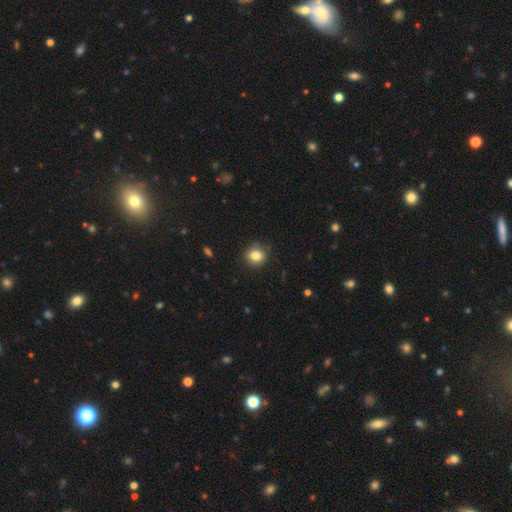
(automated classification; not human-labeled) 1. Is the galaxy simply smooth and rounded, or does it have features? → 82% smooth, 11% star or artifact, 7% featured or disk.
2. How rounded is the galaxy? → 76% round, 23% in between, 1% cigar-shaped.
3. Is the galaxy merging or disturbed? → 83% none, 13% minor disturbance, 3% major disturbance, 2% merger.